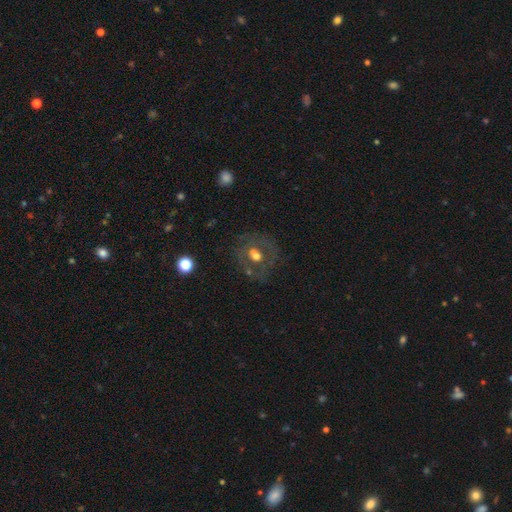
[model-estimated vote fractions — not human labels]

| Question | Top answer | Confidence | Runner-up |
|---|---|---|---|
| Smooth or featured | featured or disk | 48% | smooth (40%) |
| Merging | none | 68% | minor disturbance (16%) |